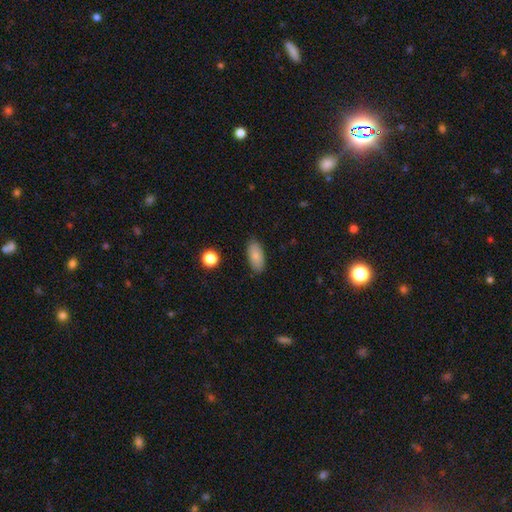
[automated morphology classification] This appears to be a smooth galaxy with no disk features (85%) that is in between round and cigar-shaped (88%). Merging: none (87%).